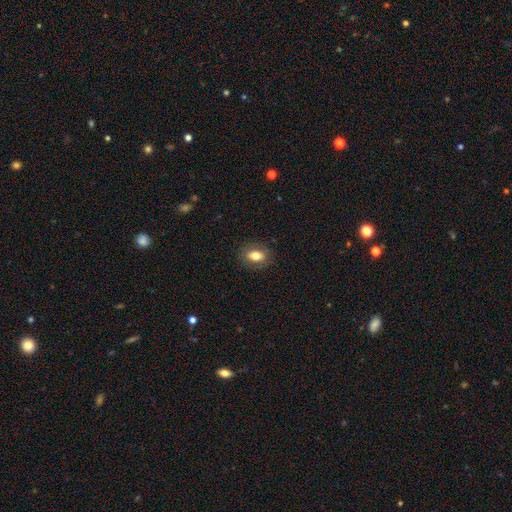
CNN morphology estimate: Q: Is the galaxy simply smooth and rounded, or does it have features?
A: smooth — 75%.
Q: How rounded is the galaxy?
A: in between — 80%.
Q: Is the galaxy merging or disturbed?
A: none — 85%.